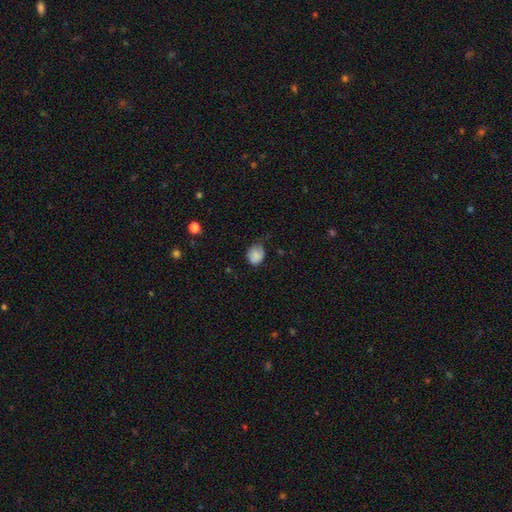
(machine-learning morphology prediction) This appears to be a smooth galaxy with no disk features (84%) that is round (56%). Merging: none (51%).